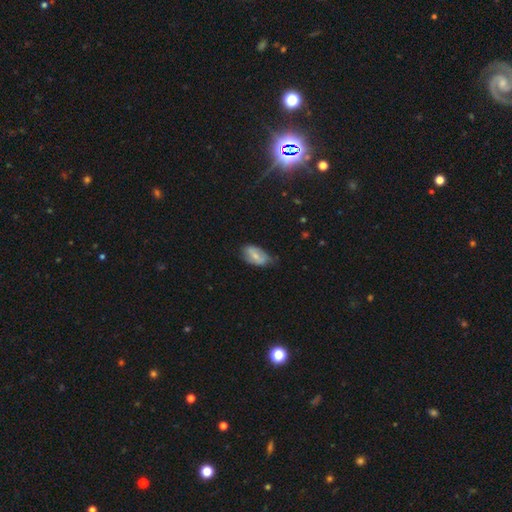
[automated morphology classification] The model was most divided on "smooth or featured": smooth: 57%, featured or disk: 36%, star or artifact: 7%. More confident: how rounded — in between (91%); merging — none (59%).